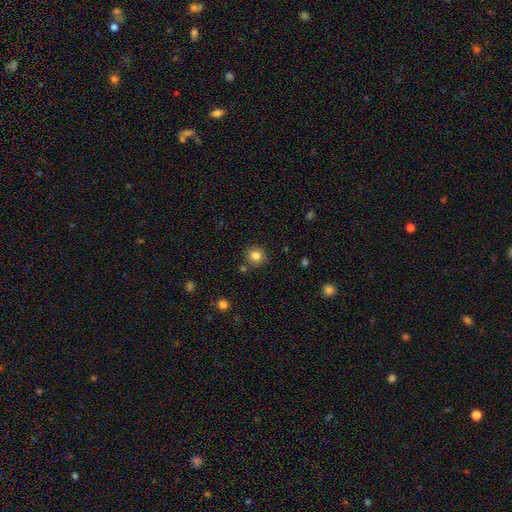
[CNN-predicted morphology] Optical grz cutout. It shows a smooth galaxy with no disk features (82%) that is round (92%). Merging: none (86%).